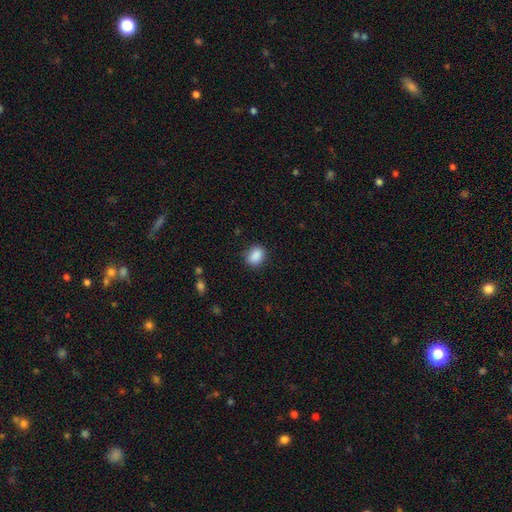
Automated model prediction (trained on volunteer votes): Overall: smooth (88%). How rounded: in between (65%; round 33%). Merging: none (83%).